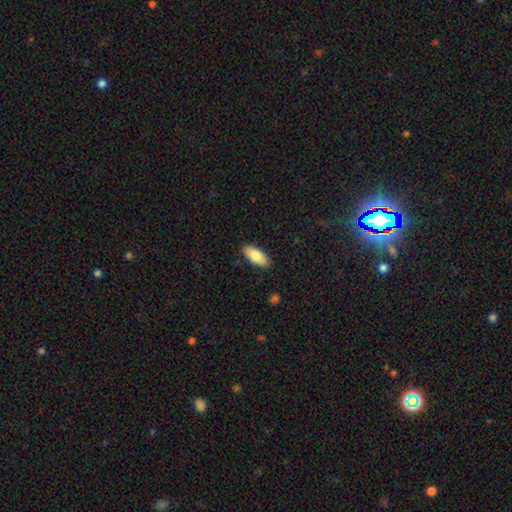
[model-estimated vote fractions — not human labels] Smooth or featured? smooth (82%)
How rounded? in between (85%)
Merging? none (89%)